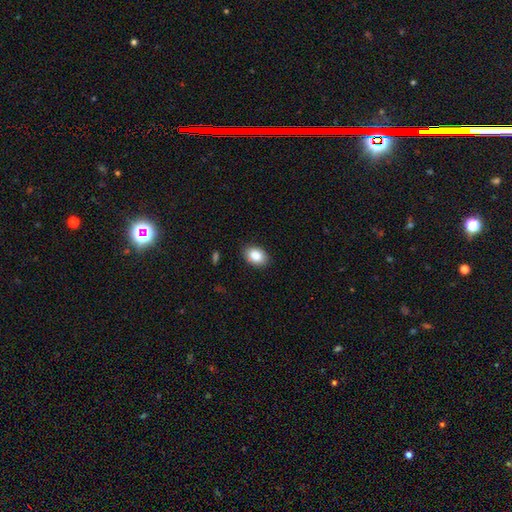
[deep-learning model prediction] Smooth or featured?
  - smooth: 87% *
  - star or artifact: 8%
  - featured or disk: 6%
How rounded?
  - in between: 79% *
  - round: 20%
  - cigar-shaped: 1%
Merging?
  - none: 84% *
  - minor disturbance: 12%
  - major disturbance: 3%
  - merger: 1%